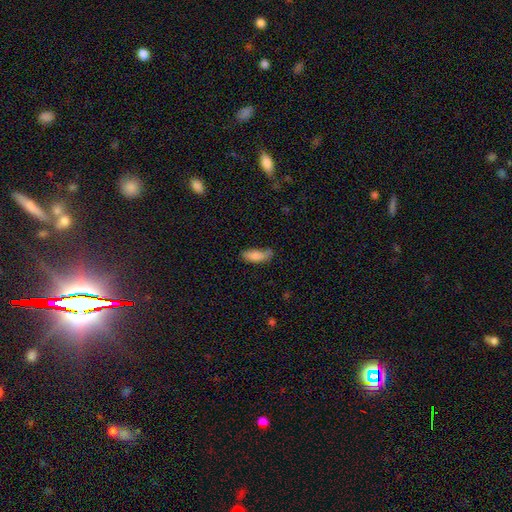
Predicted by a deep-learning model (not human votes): This is clearly a smooth galaxy (85%). How rounded: likely in between (76%). Merging: possibly none (54%).